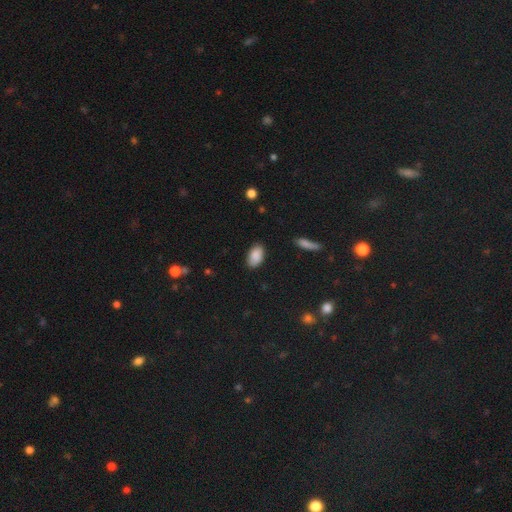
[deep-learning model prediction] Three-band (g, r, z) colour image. It shows a smooth galaxy with no disk features (88%) that is in between round and cigar-shaped (93%). Merging: none (84%).